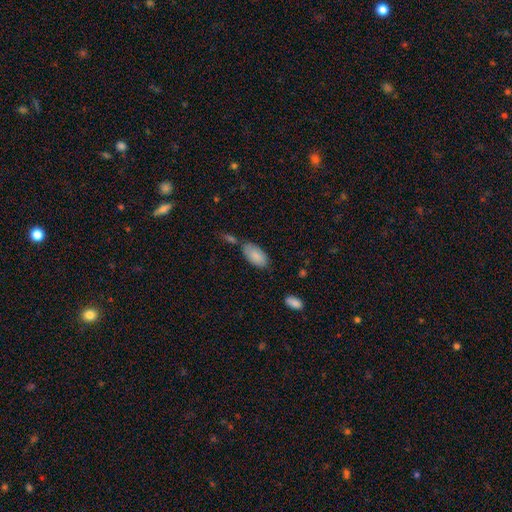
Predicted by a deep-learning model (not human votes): The model was most divided on "merging": none: 63%, minor disturbance: 19%, merger: 13%, major disturbance: 5%. More confident: how rounded — in between (95%); smooth or featured — smooth (85%).